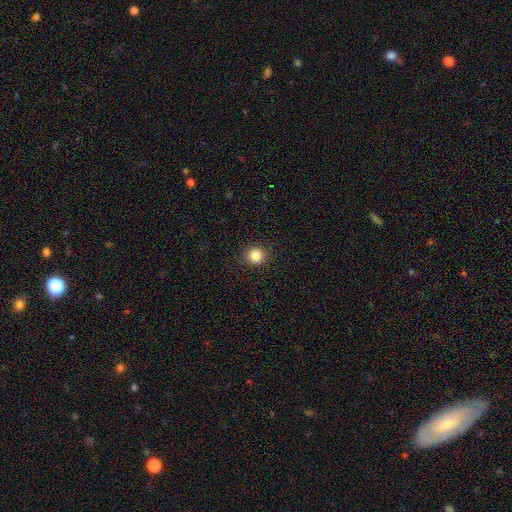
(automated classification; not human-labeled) smooth-or-featured: smooth: 85% | star or artifact: 11% | featured or disk: 4%
  how-rounded: round: 91% | in between: 8% | cigar-shaped: 1%
  merging: none: 91% | minor disturbance: 6% | major disturbance: 2% | merger: 1%